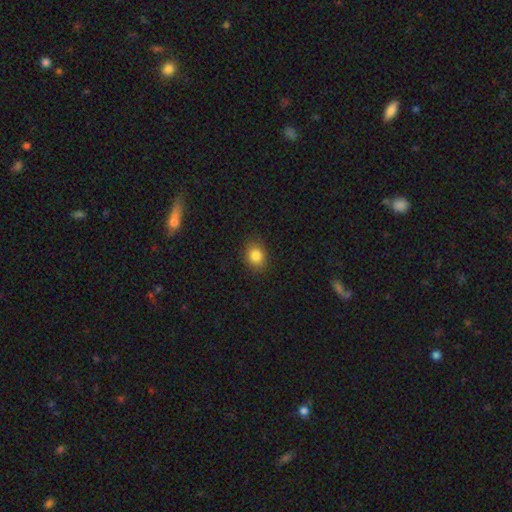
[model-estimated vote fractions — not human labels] A smooth galaxy with no disk features (84%) that is round (54%).

Vote fractions:
- Smooth or featured? smooth: 84% / star or artifact: 10% / featured or disk: 5%
- How rounded? round: 54% / in between: 45% / cigar-shaped: 1%
- Merging? none: 87% / minor disturbance: 10% / major disturbance: 3% / merger: 1%